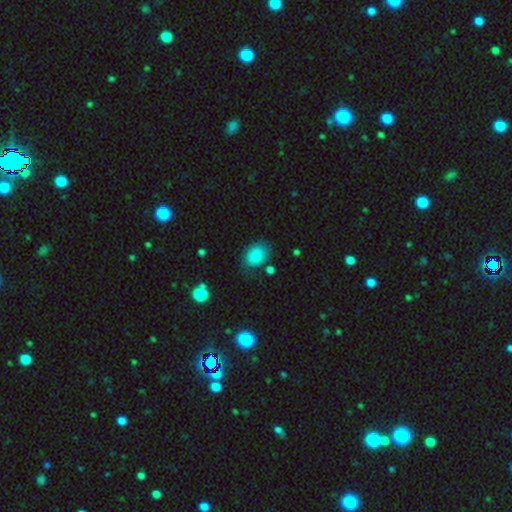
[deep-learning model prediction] The model was most divided on "how rounded": in between: 71%, round: 28%, cigar-shaped: 1%. More confident: smooth or featured — smooth (85%); merging — none (71%).